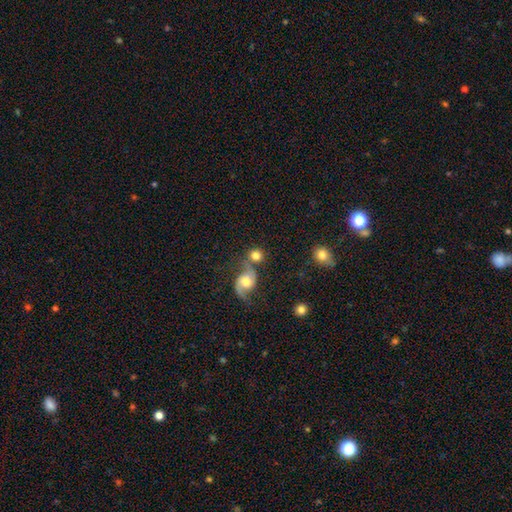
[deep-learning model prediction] Overall: smooth (70%). How rounded: round (82%). Merging: none (54%; merger 29%).